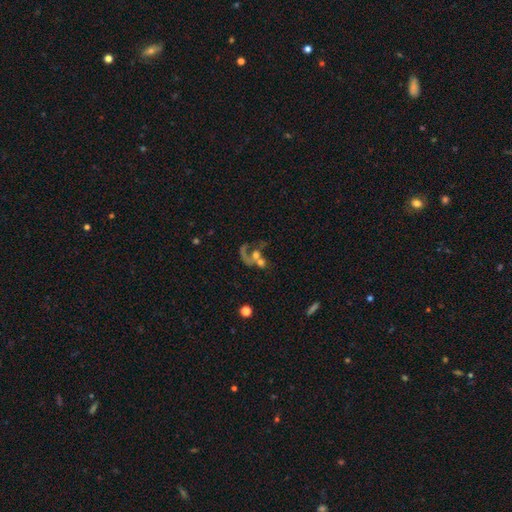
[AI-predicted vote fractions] Q: Smooth or featured?
A: featured or disk (53%); runner-up: smooth (33%)
Q: Edge-on disk?
A: no (97%); runner-up: yes (3%)
Q: Bar?
A: no (81%); runner-up: weak (14%)
Q: Spiral arms?
A: yes (52%); runner-up: no (48%)
Q: Bulge size?
A: moderate (40%); runner-up: none (20%)
Q: Merging?
A: merger (58%); runner-up: major disturbance (18%)